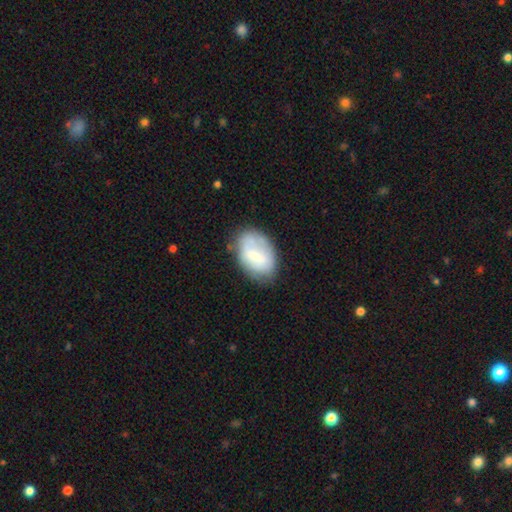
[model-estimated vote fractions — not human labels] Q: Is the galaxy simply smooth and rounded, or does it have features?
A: smooth — 56%.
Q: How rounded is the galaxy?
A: in between — 86%.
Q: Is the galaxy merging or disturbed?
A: none — 61%.